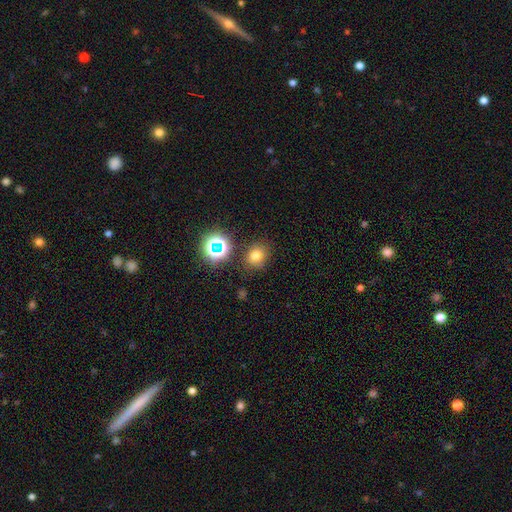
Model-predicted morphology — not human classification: Smooth or featured: smooth — 70% (star or artifact — 22%)
How rounded: round — 70% (in between — 30%)
Merging: none — 80% (minor disturbance — 12%)